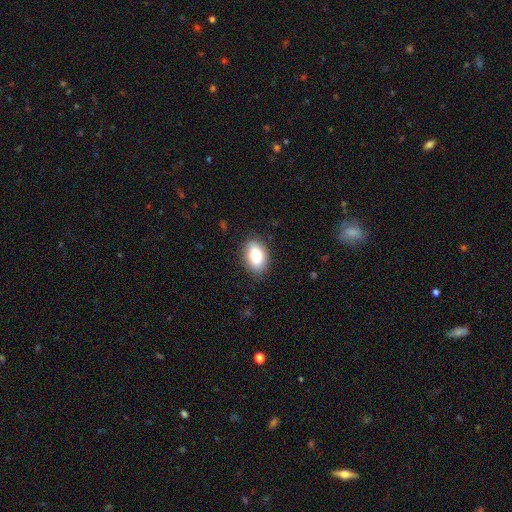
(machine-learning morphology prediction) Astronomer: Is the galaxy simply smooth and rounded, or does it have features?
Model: smooth — 82%.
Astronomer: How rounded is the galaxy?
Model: in between — 88%.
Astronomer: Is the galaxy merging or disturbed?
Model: none — 86%.